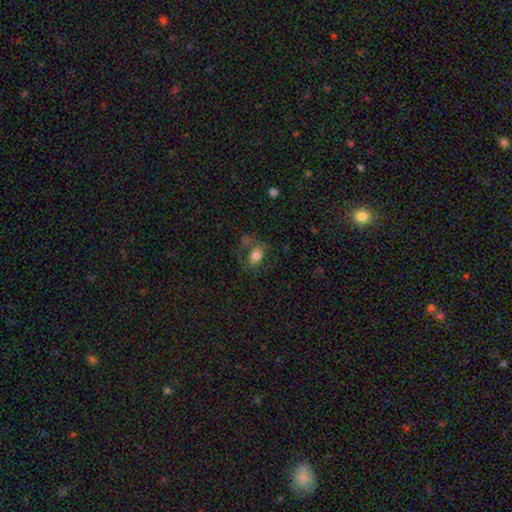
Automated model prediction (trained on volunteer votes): A smooth galaxy with no disk features (70%) that is in between round and cigar-shaped (74%).

Vote fractions:
- Smooth or featured? smooth: 70% / featured or disk: 20% / star or artifact: 10%
- How rounded? in between: 74% / round: 24% / cigar-shaped: 2%
- Merging? none: 50% / minor disturbance: 22% / major disturbance: 19% / merger: 8%